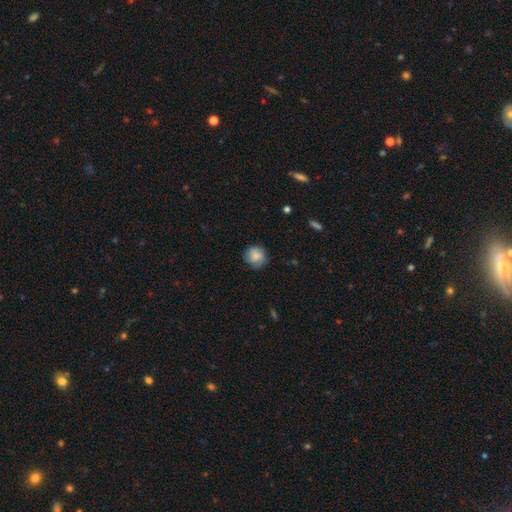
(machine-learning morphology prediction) type=smooth (78%); roundness=round (87%); merging=none (75%).